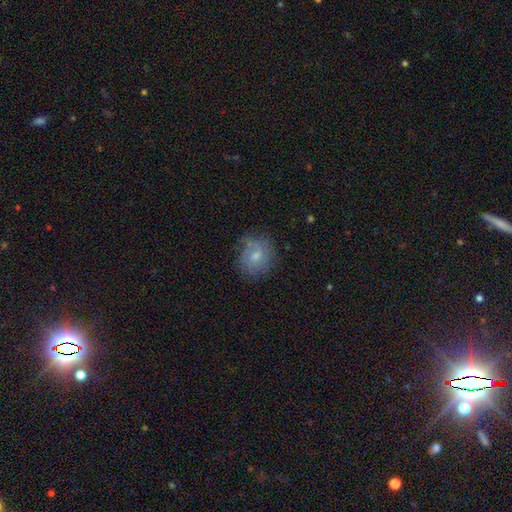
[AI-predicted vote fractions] Smooth or featured?
  - smooth: 53% *
  - featured or disk: 38%
  - star or artifact: 10%
How rounded?
  - round: 71% *
  - in between: 28%
  - cigar-shaped: 1%
Merging?
  - none: 64% *
  - minor disturbance: 23%
  - major disturbance: 10%
  - merger: 3%